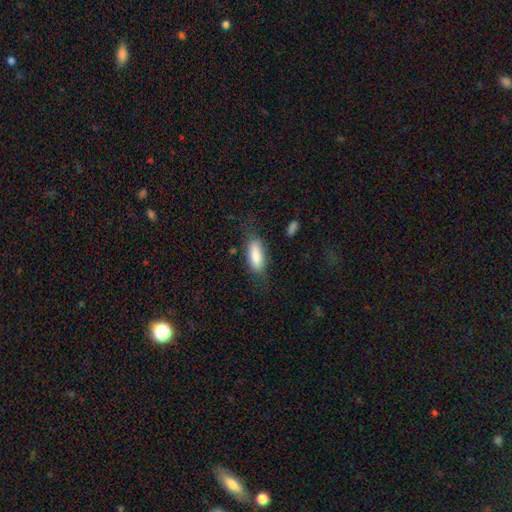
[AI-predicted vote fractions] Smooth or featured: smooth — 82% (featured or disk — 11%)
How rounded: in between — 74% (cigar-shaped — 24%)
Merging: none — 68% (minor disturbance — 21%)